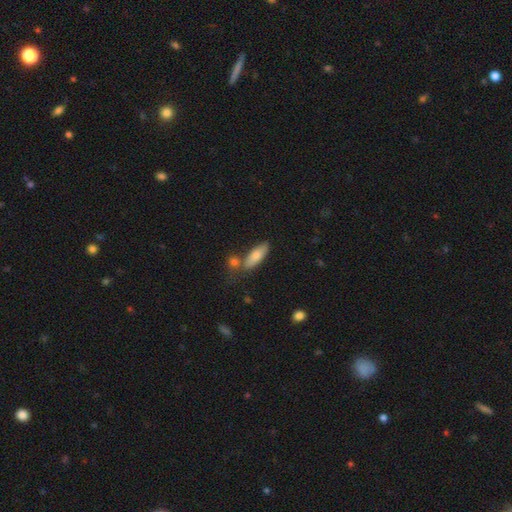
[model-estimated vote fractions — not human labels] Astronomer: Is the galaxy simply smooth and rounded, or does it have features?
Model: smooth — 77%.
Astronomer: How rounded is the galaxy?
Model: in between — 58% (runner-up: cigar-shaped, 39%).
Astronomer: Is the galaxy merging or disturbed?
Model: none — 64%.